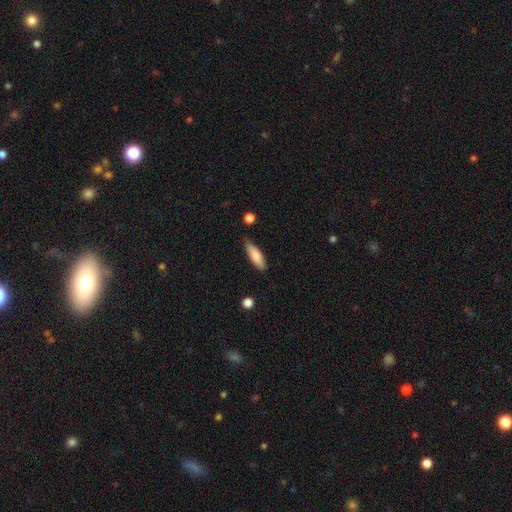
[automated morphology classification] Smooth or featured? Predicted: smooth (p=0.83). How rounded? Predicted: cigar-shaped (p=0.52). Merging? Predicted: none (p=0.74).